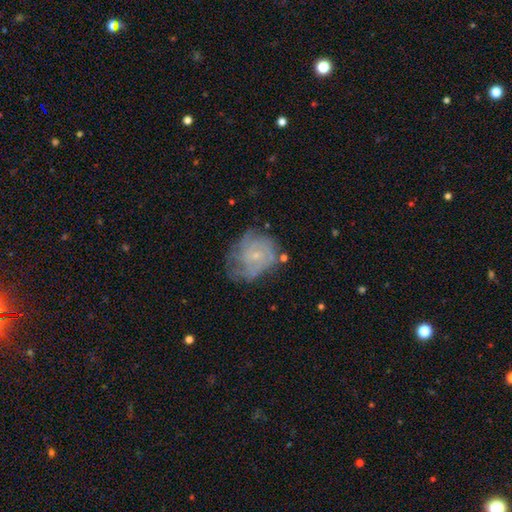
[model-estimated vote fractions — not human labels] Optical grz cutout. It shows a featured or disk galaxy (74%) with no bar (74%), tight (59%) spiral arms (89%) and a small central bulge (80%). Merging: none (55%).